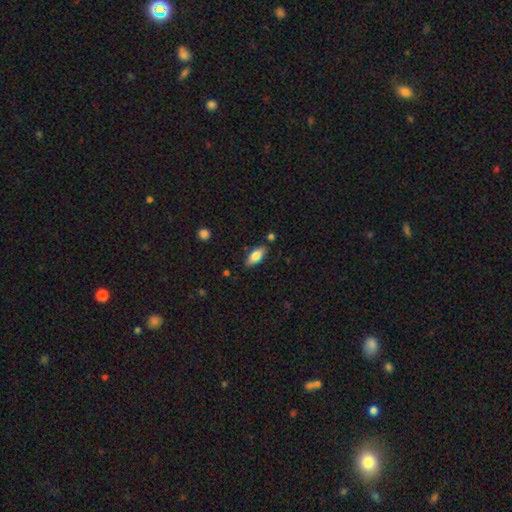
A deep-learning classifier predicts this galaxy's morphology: Smooth or featured?
  - smooth: 78% *
  - featured or disk: 15%
  - star or artifact: 7%
How rounded?
  - in between: 83% *
  - cigar-shaped: 15%
  - round: 2%
Merging?
  - none: 82% *
  - minor disturbance: 12%
  - merger: 3%
  - major disturbance: 2%